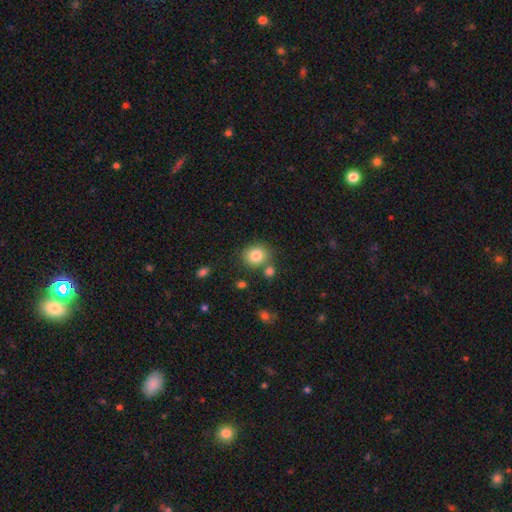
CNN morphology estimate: A smooth galaxy with no disk features (83%) that is round (75%). Merging: none (73%).